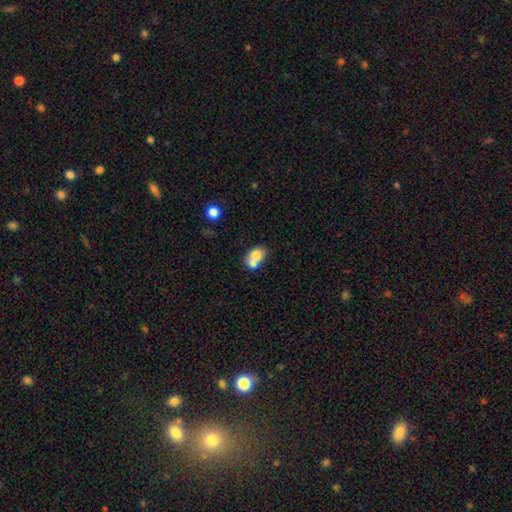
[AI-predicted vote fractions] smooth_or_featured: smooth (p=0.73) [alt: featured or disk p=0.18]
how_rounded: in between (p=0.66) [alt: round p=0.32]
merging: merger (p=0.57) [alt: none p=0.31]